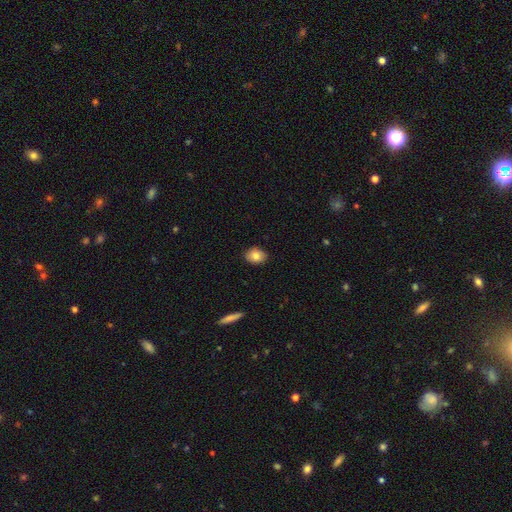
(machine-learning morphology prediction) This appears to be a smooth galaxy with no disk features (82%) that is in between round and cigar-shaped (62%). Merging: none (89%).